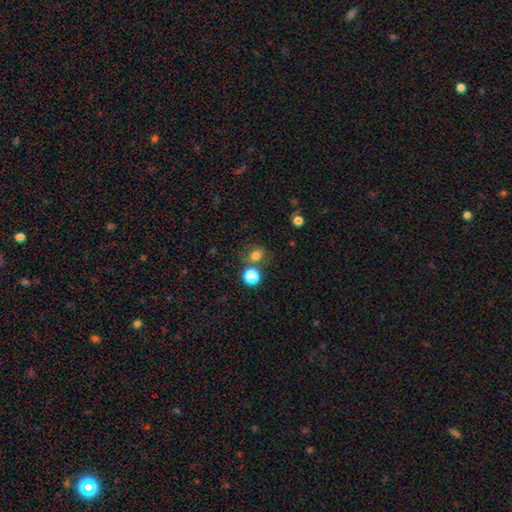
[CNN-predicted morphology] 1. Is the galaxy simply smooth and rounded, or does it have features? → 74% smooth, 17% star or artifact, 8% featured or disk.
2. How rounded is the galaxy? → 67% round, 31% in between, 1% cigar-shaped.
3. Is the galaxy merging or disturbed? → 64% none, 18% merger, 13% minor disturbance, 5% major disturbance.